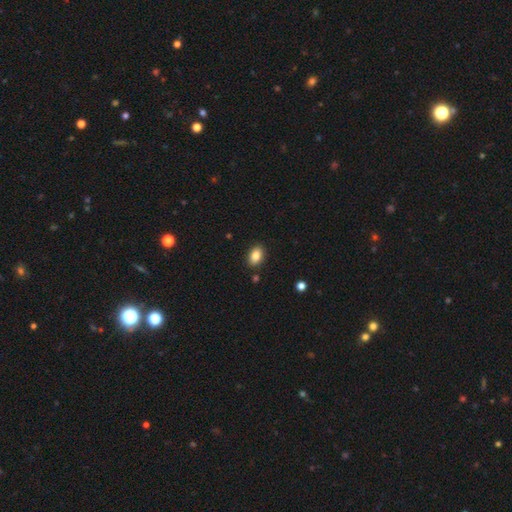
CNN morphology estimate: Smooth or featured? Predicted: smooth (p=0.85). How rounded? Predicted: in between (p=0.88). Merging? Predicted: none (p=0.88).